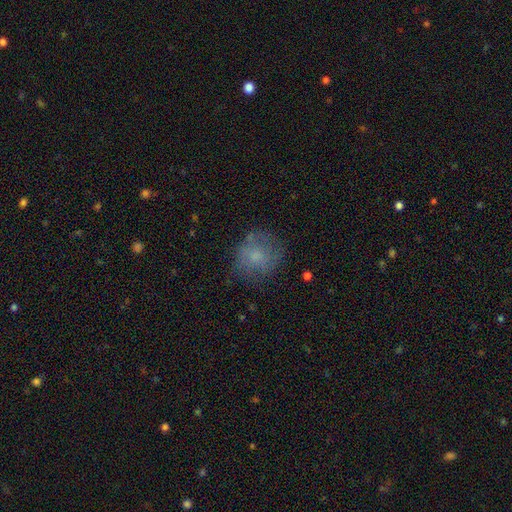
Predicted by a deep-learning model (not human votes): The model was most divided on "smooth or featured": smooth: 61%, featured or disk: 29%, star or artifact: 10%. More confident: how rounded — round (80%); merging — none (65%).